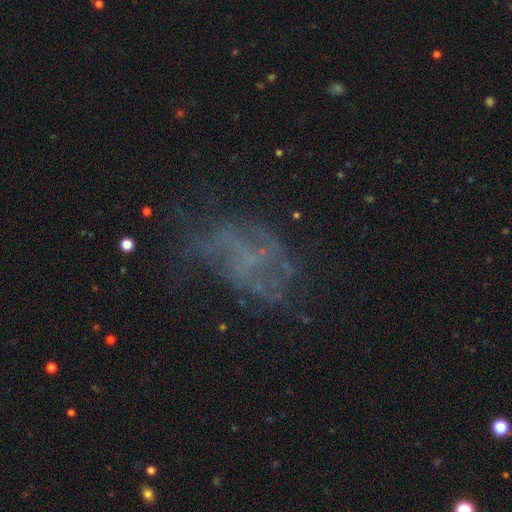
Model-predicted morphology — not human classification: Q: Smooth or featured?
A: featured or disk (56%); runner-up: star or artifact (23%)
Q: Edge-on disk?
A: no (97%); runner-up: yes (3%)
Q: Bar?
A: no (81%); runner-up: weak (15%)
Q: Spiral arms?
A: no (64%); runner-up: yes (36%)
Q: Bulge size?
A: none (81%); runner-up: small (12%)
Q: Merging?
A: none (46%); runner-up: major disturbance (32%)